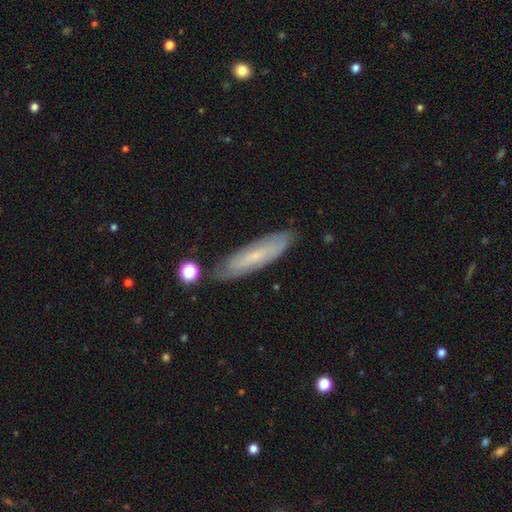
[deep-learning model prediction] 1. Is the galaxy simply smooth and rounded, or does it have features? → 47% smooth, 45% featured or disk, 8% star or artifact.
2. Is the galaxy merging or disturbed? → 80% none, 14% minor disturbance, 3% merger, 3% major disturbance.